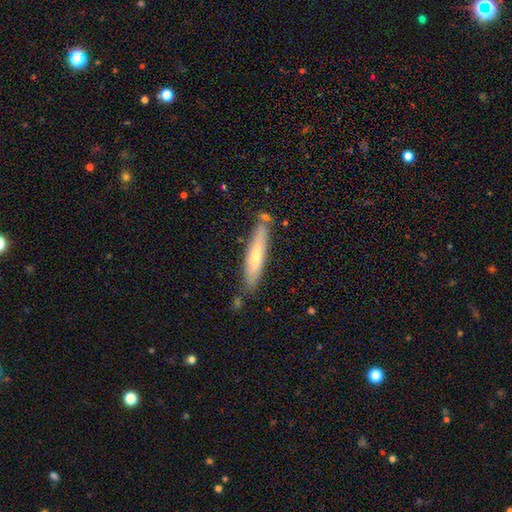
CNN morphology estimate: Q: Smooth or featured?
A: smooth (55%); runner-up: featured or disk (39%)
Q: How rounded?
A: cigar-shaped (87%); runner-up: in between (12%)
Q: Merging?
A: none (77%); runner-up: minor disturbance (15%)